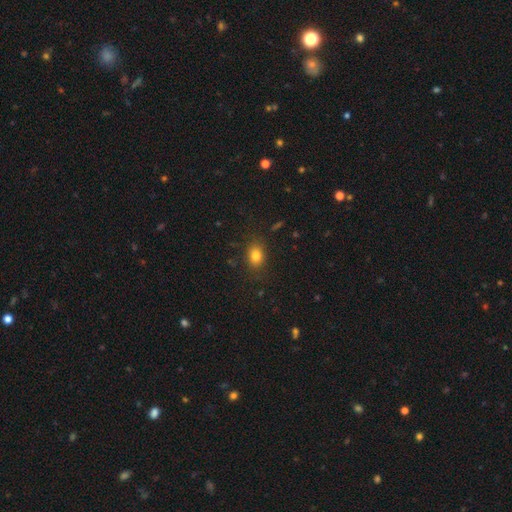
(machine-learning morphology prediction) Smooth or featured?
  - smooth: 81% *
  - star or artifact: 11%
  - featured or disk: 7%
How rounded?
  - in between: 68% *
  - round: 30%
  - cigar-shaped: 2%
Merging?
  - none: 82% *
  - minor disturbance: 12%
  - major disturbance: 4%
  - merger: 1%